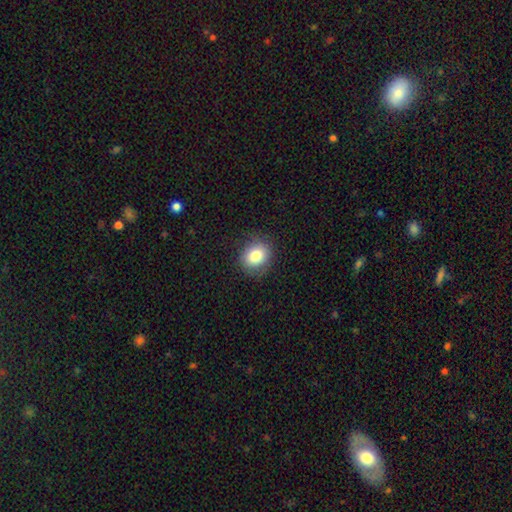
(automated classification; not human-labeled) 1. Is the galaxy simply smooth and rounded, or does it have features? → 82% smooth, 9% star or artifact, 9% featured or disk.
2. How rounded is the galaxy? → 62% round, 37% in between, 1% cigar-shaped.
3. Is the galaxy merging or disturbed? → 83% none, 13% minor disturbance, 4% major disturbance, 1% merger.